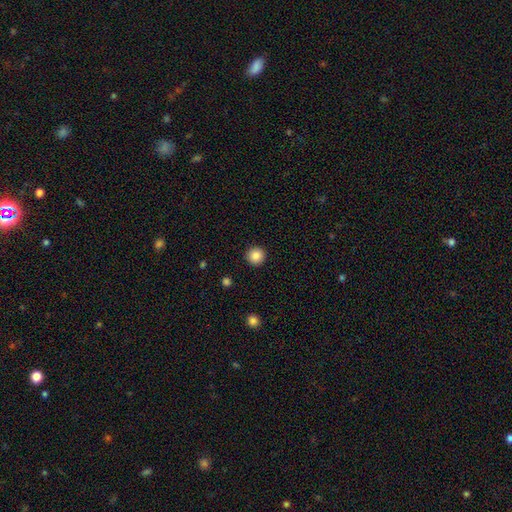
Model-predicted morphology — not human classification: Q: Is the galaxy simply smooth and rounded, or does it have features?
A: smooth — 87%.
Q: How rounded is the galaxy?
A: round — 95%.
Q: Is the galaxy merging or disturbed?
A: none — 93%.